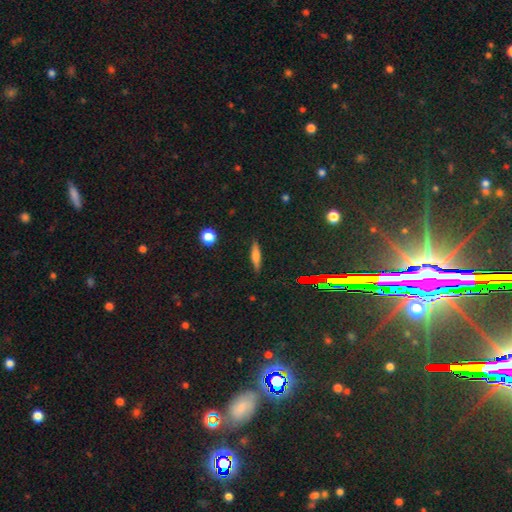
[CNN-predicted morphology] This is likely a smooth galaxy (63%). How rounded: likely cigar-shaped (78%). Merging: clearly none (87%).